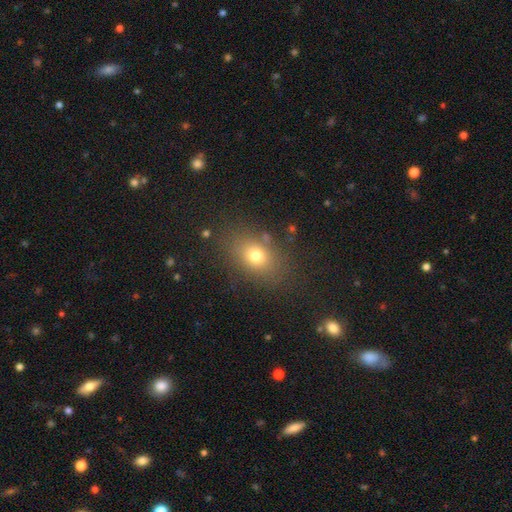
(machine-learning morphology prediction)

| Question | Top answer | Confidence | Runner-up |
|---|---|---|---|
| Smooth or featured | smooth | 74% | star or artifact (14%) |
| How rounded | in between | 68% | round (30%) |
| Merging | none | 80% | minor disturbance (12%) |